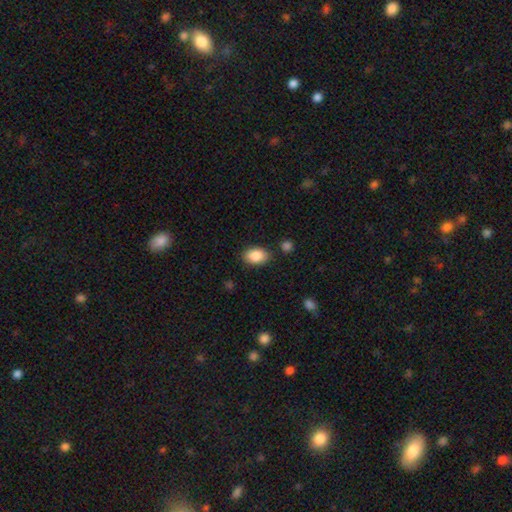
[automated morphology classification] smooth_or_featured: smooth (p=0.87) [alt: star or artifact p=0.07]
how_rounded: in between (p=0.85) [alt: round p=0.14]
merging: none (p=0.84) [alt: minor disturbance p=0.10]